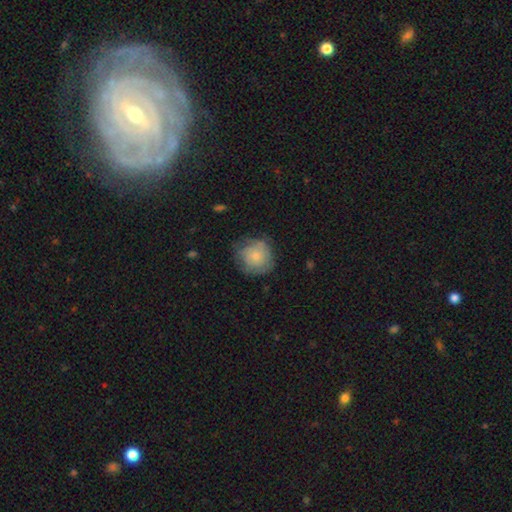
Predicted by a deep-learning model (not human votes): smooth 62%, featured or disk 30%, star or artifact 8%. Down the decision tree: how rounded — round (88%); merging — none (65%).